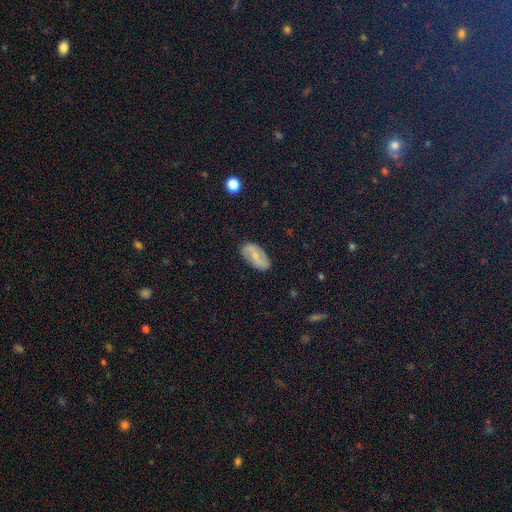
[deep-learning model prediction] featured or disk 55%, smooth 38%, star or artifact 8%. Down the decision tree: edge-on disk — no (93%); bar — weak (42%); spiral arms — yes (72%); bulge size — small (58%); merging — none (84%).